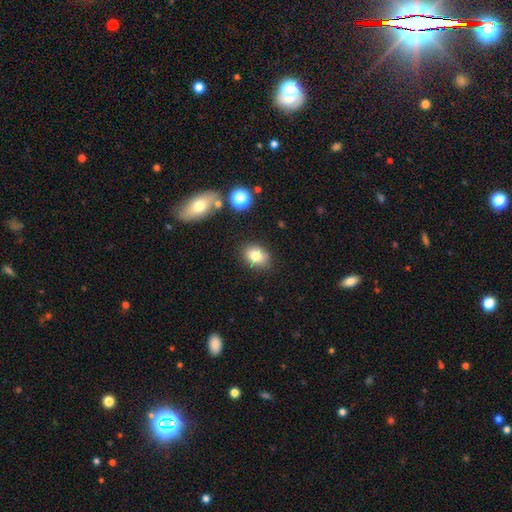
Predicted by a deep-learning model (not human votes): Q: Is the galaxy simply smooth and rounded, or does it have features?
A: smooth — 79%.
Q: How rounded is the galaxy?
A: in between — 56%.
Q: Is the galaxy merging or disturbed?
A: none — 80%.